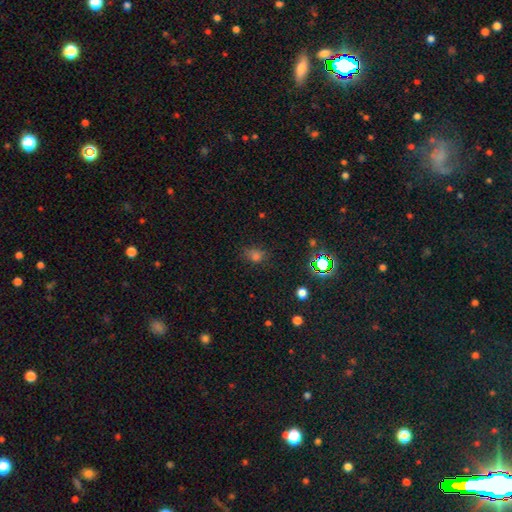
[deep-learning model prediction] This appears to be a smooth galaxy with no disk features (60%) that is in between round and cigar-shaped (59%). Merging: none (76%).